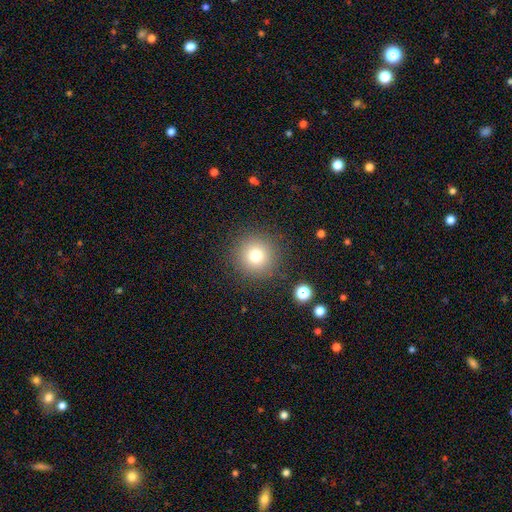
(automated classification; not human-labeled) This appears to be a smooth galaxy with no disk features (75%) that is round (96%). Merging: none (88%).